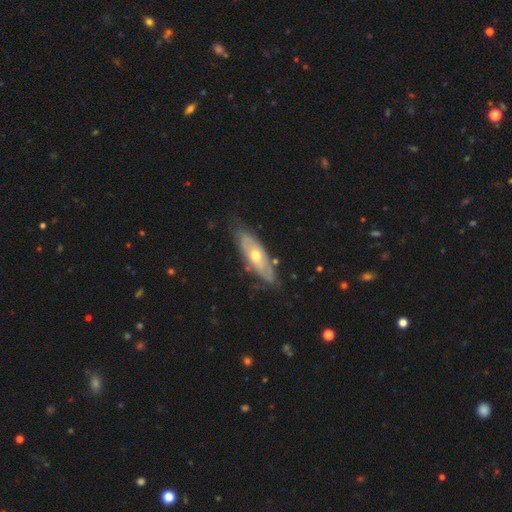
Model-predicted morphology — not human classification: featured or disk 65%, smooth 30%, star or artifact 6%. Down the decision tree: edge-on disk — no (64%); merging — none (75%).